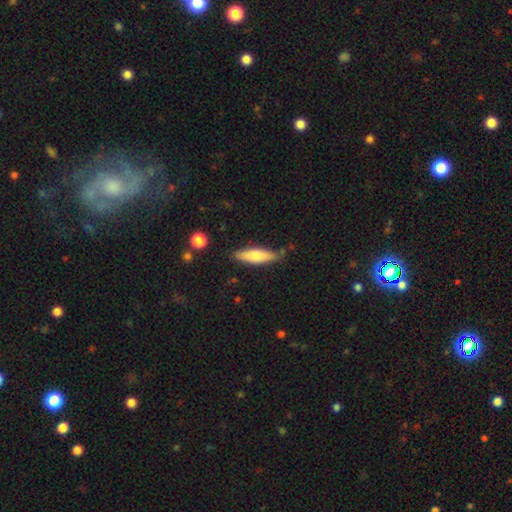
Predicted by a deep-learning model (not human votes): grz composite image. It shows a smooth galaxy with no disk features (68%) that is cigar-shaped (63%). Merging: none (81%).